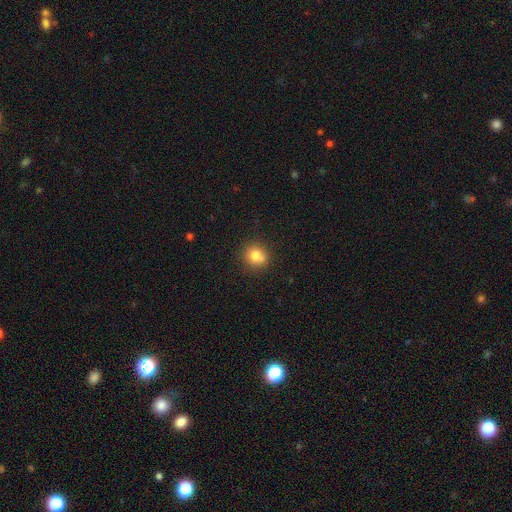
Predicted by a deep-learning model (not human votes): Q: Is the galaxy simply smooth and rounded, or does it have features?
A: smooth — 80%.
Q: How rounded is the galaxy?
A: round — 84%.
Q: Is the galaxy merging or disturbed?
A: none — 75%.